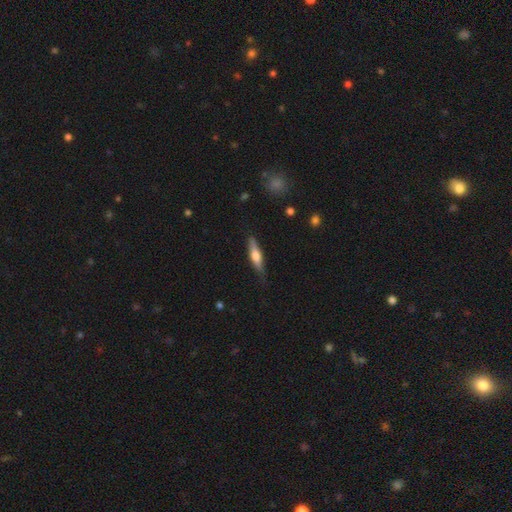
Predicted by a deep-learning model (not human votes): smooth-or-featured: smooth: 49% | featured or disk: 45% | star or artifact: 6%
  merging: none: 81% | minor disturbance: 14% | major disturbance: 3% | merger: 1%